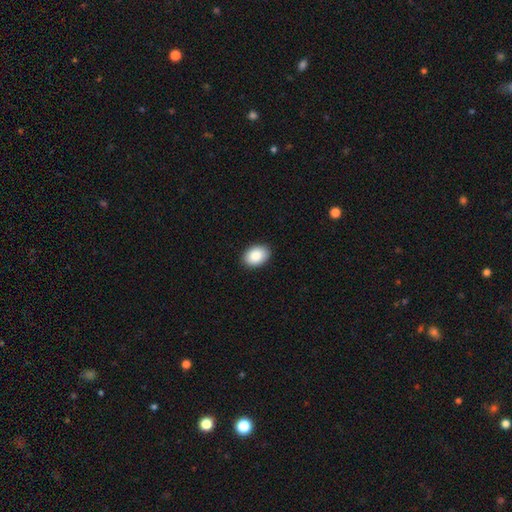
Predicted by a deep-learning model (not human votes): Smooth or featured: smooth — 89% (star or artifact — 7%)
How rounded: in between — 83% (round — 16%)
Merging: none — 90% (minor disturbance — 8%)